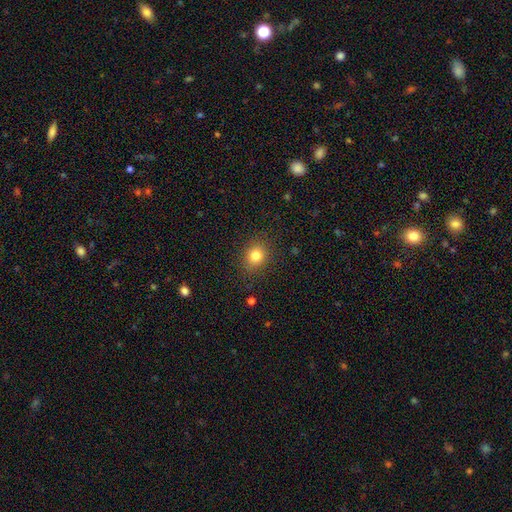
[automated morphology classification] Smooth or featured: smooth — 81% (star or artifact — 12%)
How rounded: round — 71% (in between — 28%)
Merging: none — 87% (minor disturbance — 9%)